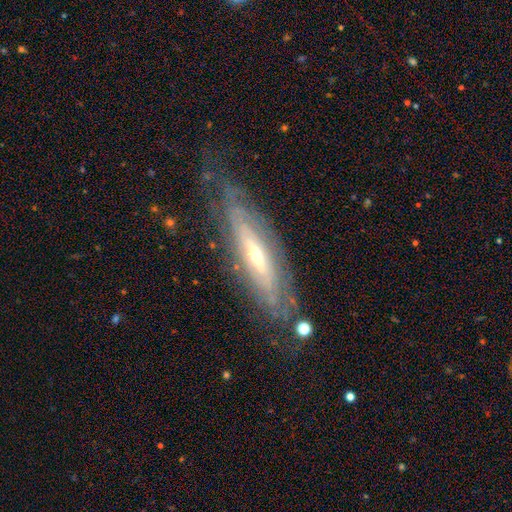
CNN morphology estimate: Smooth or featured: featured or disk — 81% (smooth — 13%)
Edge-on disk: no — 61% (yes — 39%)
Merging: none — 70% (minor disturbance — 19%)